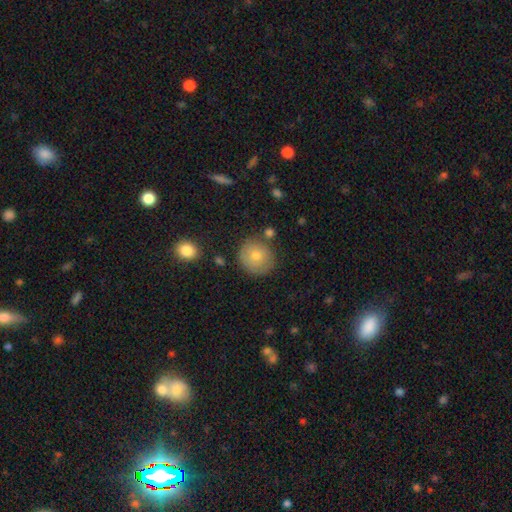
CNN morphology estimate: Smooth or featured? Predicted: smooth (p=0.71). How rounded? Predicted: round (p=0.89). Merging? Predicted: none (p=0.79).